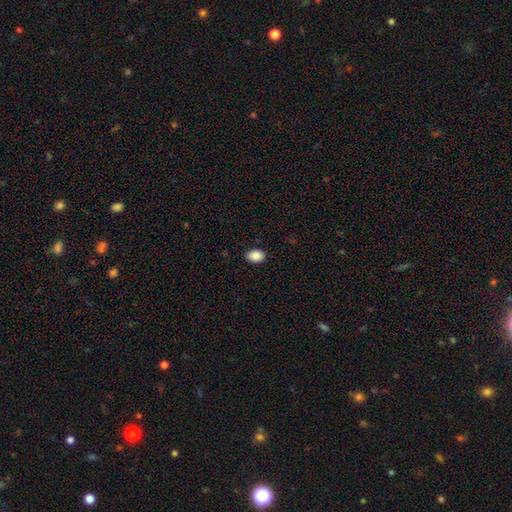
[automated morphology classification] A smooth galaxy with no disk features (89%) that is in between round and cigar-shaped (82%).

Vote fractions:
- Smooth or featured? smooth: 89% / star or artifact: 8% / featured or disk: 3%
- How rounded? in between: 82% / round: 17% / cigar-shaped: 1%
- Merging? none: 88% / minor disturbance: 9% / major disturbance: 2% / merger: 1%